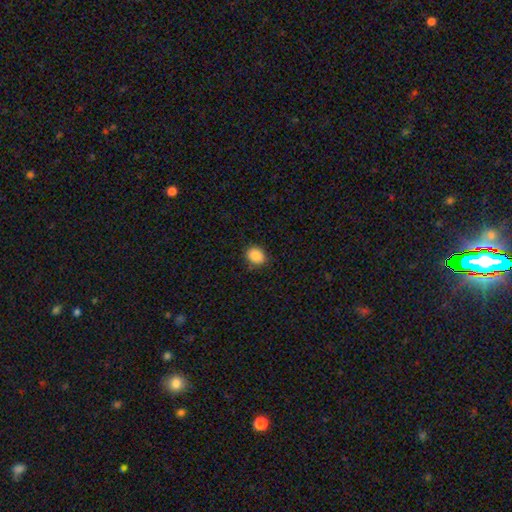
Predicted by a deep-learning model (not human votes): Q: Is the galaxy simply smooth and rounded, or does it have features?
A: smooth — 88%.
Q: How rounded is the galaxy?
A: in between — 50%.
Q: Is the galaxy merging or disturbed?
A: none — 84%.